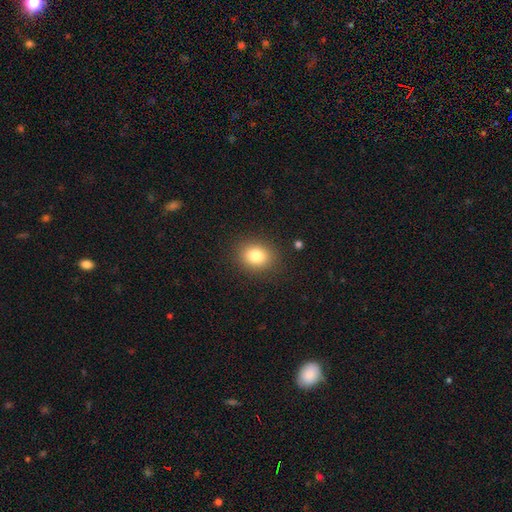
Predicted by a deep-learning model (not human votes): smooth 81%, star or artifact 11%, featured or disk 8%. Down the decision tree: how rounded — round (59%); merging — none (87%).